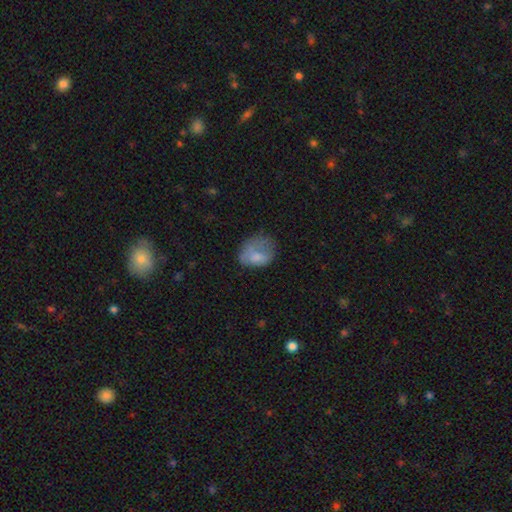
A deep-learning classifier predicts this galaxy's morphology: type=smooth (69%); roundness=in between (62%); merging=major disturbance (34%).